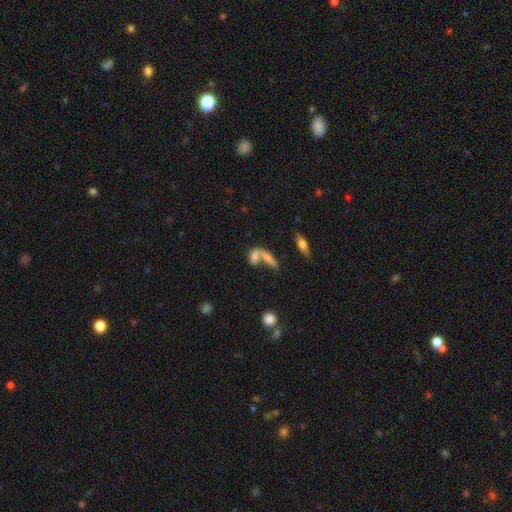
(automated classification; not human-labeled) A smooth galaxy with no disk features (65%) that is in between round and cigar-shaped (62%).

Vote fractions:
- Smooth or featured? smooth: 65% / featured or disk: 23% / star or artifact: 12%
- How rounded? in between: 62% / cigar-shaped: 27% / round: 11%
- Merging? merger: 58% / none: 26% / major disturbance: 8% / minor disturbance: 7%